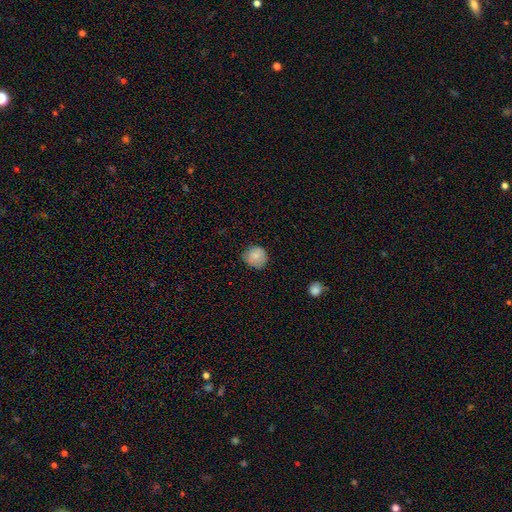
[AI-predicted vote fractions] The model was most divided on "merging": none: 76%, minor disturbance: 20%, major disturbance: 3%, merger: 1%. More confident: how rounded — round (88%); smooth or featured — smooth (82%).